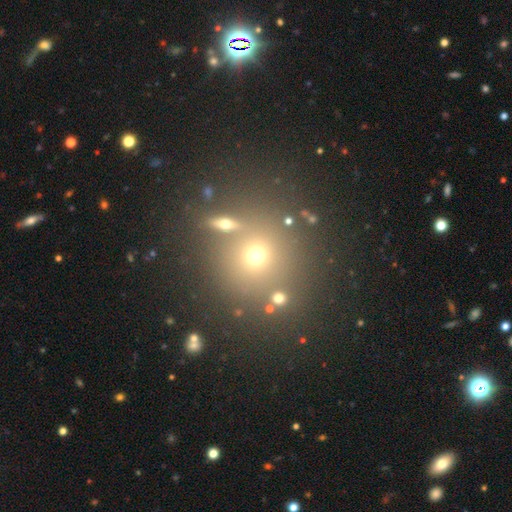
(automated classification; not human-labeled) Smooth or featured? Predicted: smooth (p=0.58). How rounded? Predicted: round (p=0.89). Merging? Predicted: none (p=0.71).